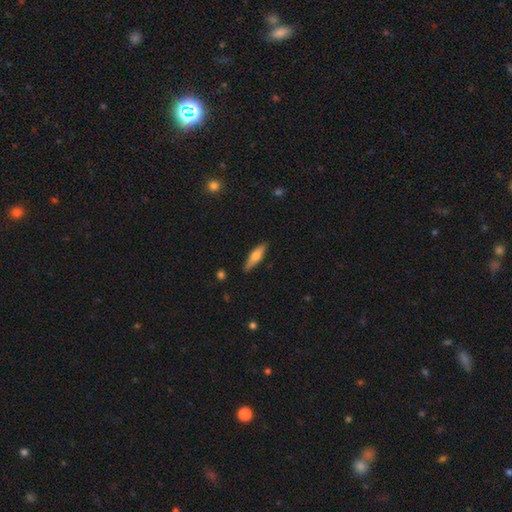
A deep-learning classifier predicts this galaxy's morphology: A smooth galaxy with no disk features (59%) that is cigar-shaped (67%). Merging: none (88%).